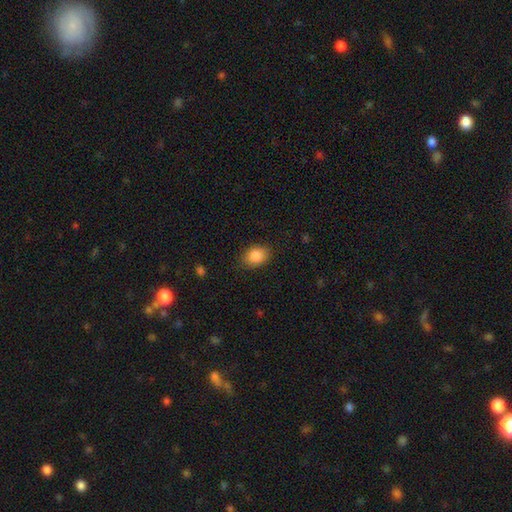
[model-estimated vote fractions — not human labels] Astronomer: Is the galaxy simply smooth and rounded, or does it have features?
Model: smooth — 88%.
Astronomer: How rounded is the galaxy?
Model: in between — 69%.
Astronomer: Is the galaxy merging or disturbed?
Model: none — 81%.